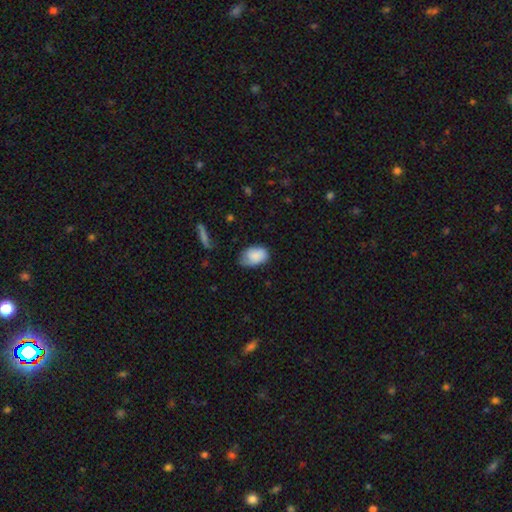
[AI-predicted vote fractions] This is clearly a smooth galaxy (82%). How rounded: clearly in between (88%). Merging: possibly none (53%).